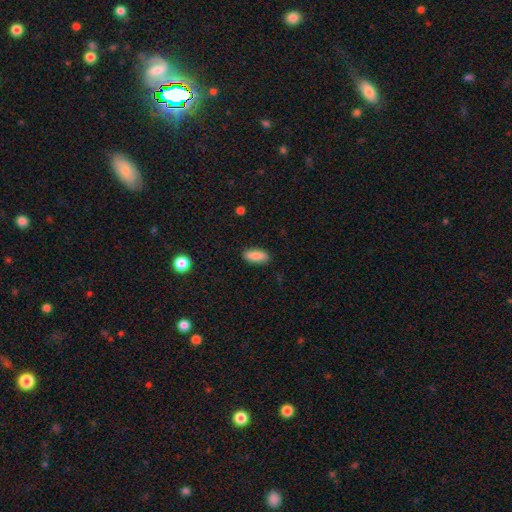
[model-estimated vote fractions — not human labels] A smooth galaxy with no disk features (87%) that is in between round and cigar-shaped (81%). Merging: none (87%).